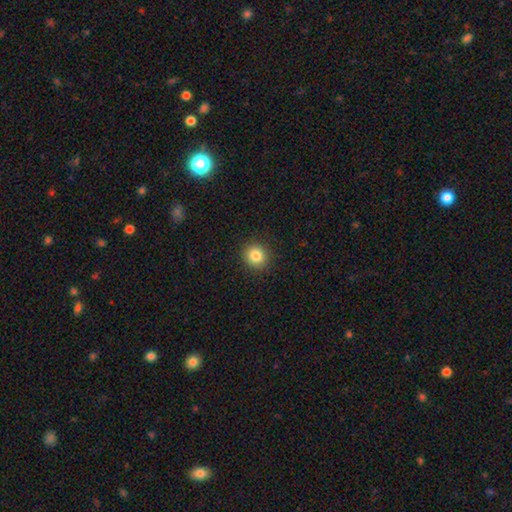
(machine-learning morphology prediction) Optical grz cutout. It shows a smooth galaxy with no disk features (83%) that is round (90%). Merging: none (91%).